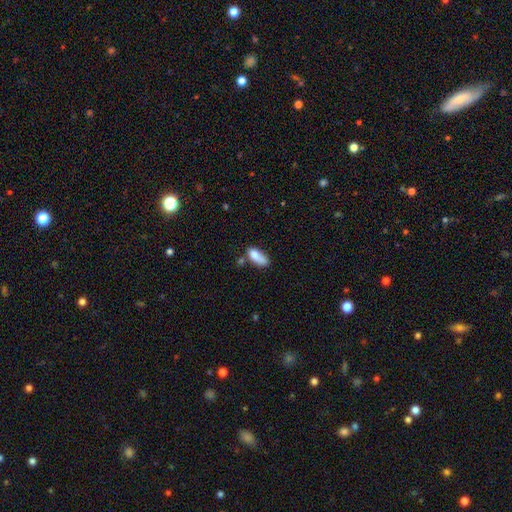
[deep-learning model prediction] smooth 79%, featured or disk 13%, star or artifact 9%. Down the decision tree: how rounded — in between (83%); merging — none (37%).